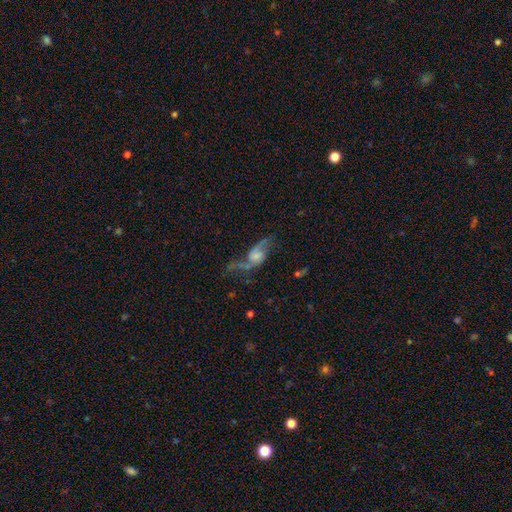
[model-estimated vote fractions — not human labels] A featured or disk galaxy (72%) with no bar (59%), 2 (83%) loose (76%) spiral arms (86%) and a small central bulge (36%).

Vote fractions:
- Smooth or featured? featured or disk: 72% / smooth: 18% / star or artifact: 11%
- Edge-on disk? no: 92% / yes: 8%
- Bar? no: 59% / weak: 34% / strong: 7%
- Spiral arms? yes: 86% / no: 14%
- Spiral winding? loose: 76% / medium: 19% / tight: 5%
- Spiral arm count? 2: 83% / 1: 8% / can't tell: 5% / 3: 1% / 4: 1% / more than 4: 1%
- Bulge size? small: 36% / moderate: 31% / none: 22% / large: 9% / dominant: 2%
- Merging? none: 39% / major disturbance: 33% / minor disturbance: 20% / merger: 8%